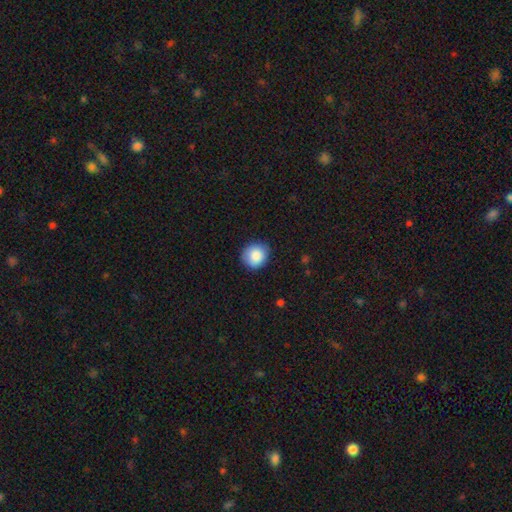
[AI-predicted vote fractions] This appears to be a smooth galaxy with no disk features (86%) that is round (82%). Merging: none (85%).